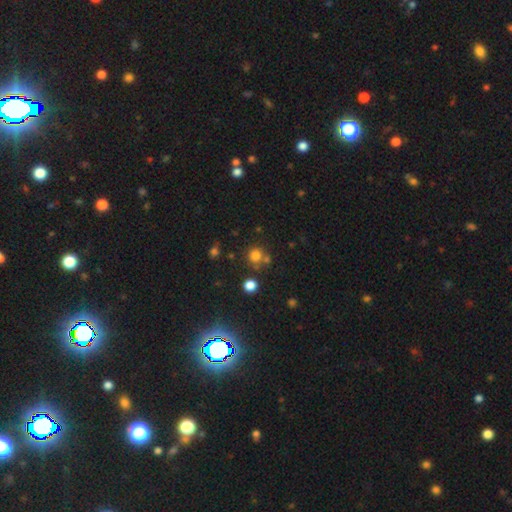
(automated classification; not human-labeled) Overall: smooth (75%). How rounded: round (89%). Merging: none (67%).